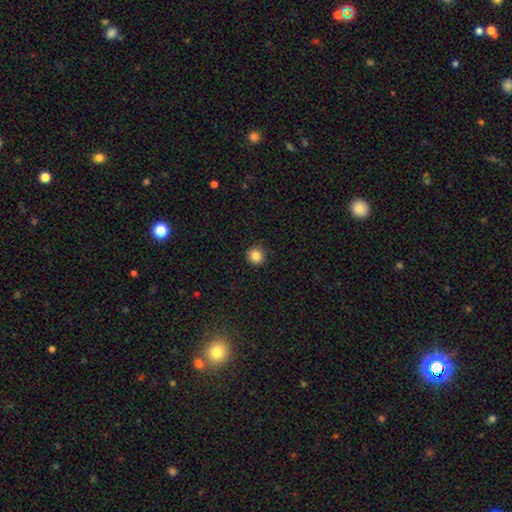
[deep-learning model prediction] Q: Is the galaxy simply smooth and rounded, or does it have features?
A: smooth — 85%.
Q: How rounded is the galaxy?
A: round — 91%.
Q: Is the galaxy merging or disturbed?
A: none — 89%.